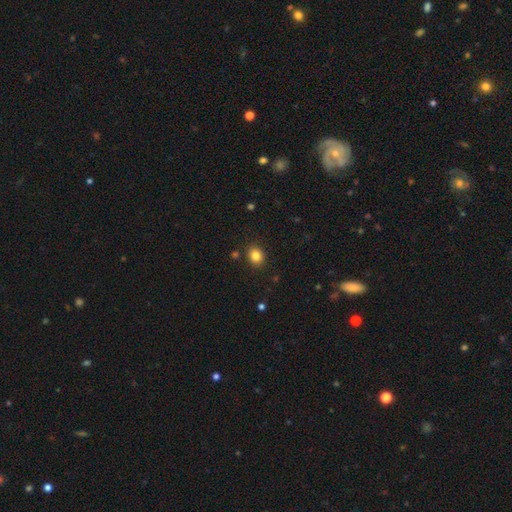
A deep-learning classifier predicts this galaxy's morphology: The model was most divided on "how rounded": round: 57%, in between: 42%, cigar-shaped: 1%. More confident: merging — none (88%); smooth or featured — smooth (83%).